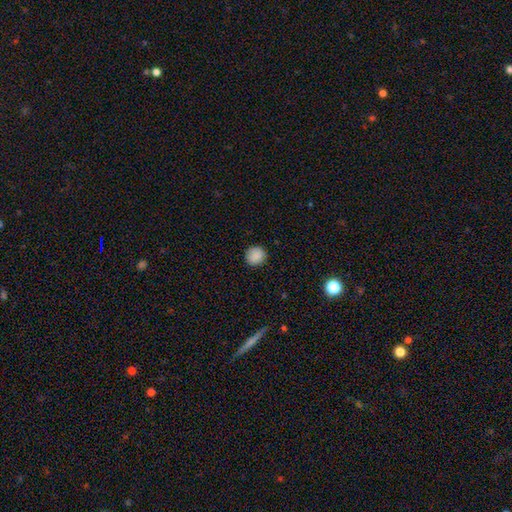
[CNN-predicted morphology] Overall: smooth (88%). How rounded: round (92%). Merging: none (90%).